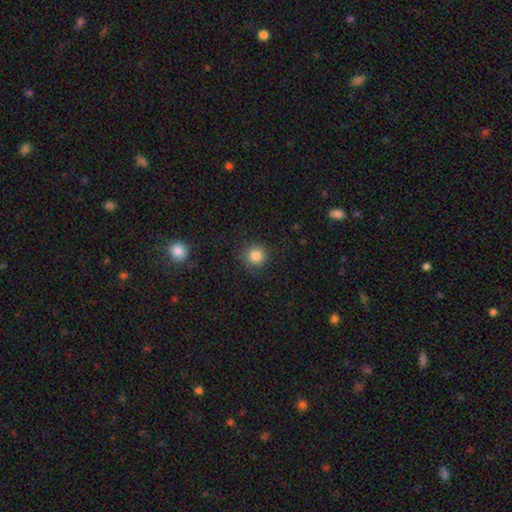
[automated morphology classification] A smooth galaxy with no disk features (84%) that is round (92%).

Vote fractions:
- Smooth or featured? smooth: 84% / star or artifact: 11% / featured or disk: 5%
- How rounded? round: 92% / in between: 7% / cigar-shaped: 1%
- Merging? none: 85% / minor disturbance: 10% / major disturbance: 3% / merger: 1%